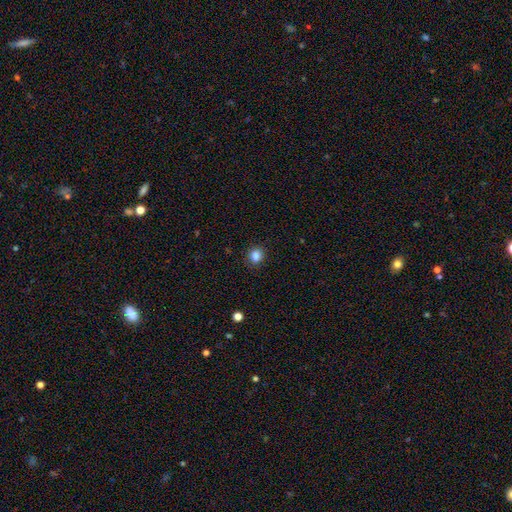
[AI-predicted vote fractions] smooth 86%, star or artifact 11%, featured or disk 3%. Down the decision tree: how rounded — round (73%); merging — none (88%).